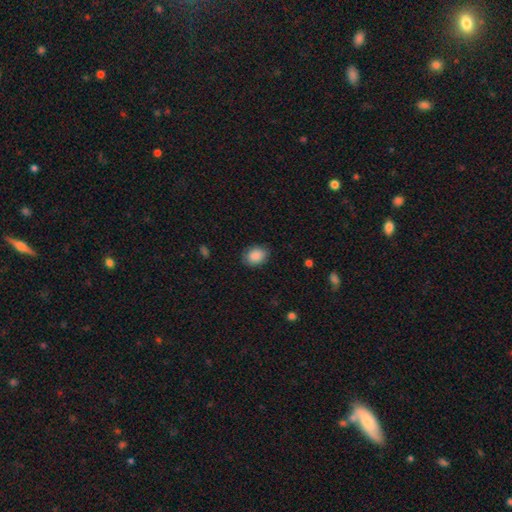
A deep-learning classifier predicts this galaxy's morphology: A smooth galaxy with no disk features (89%) that is in between round and cigar-shaped (71%).

Vote fractions:
- Smooth or featured? smooth: 89% / star or artifact: 7% / featured or disk: 4%
- How rounded? in between: 71% / round: 28% / cigar-shaped: 1%
- Merging? none: 86% / minor disturbance: 10% / major disturbance: 3% / merger: 1%